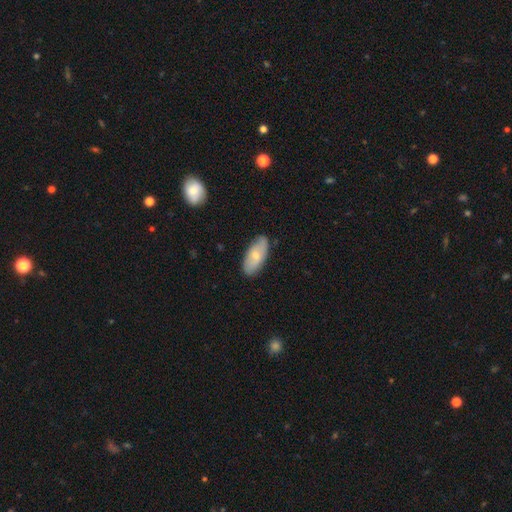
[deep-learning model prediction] This is likely a smooth galaxy (69%). How rounded: clearly in between (89%). Merging: clearly none (82%).